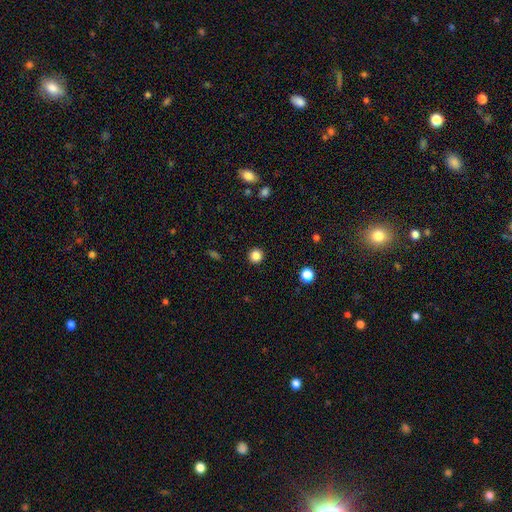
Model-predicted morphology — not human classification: Smooth or featured? Predicted: smooth (p=0.84). How rounded? Predicted: round (p=0.95). Merging? Predicted: none (p=0.93).